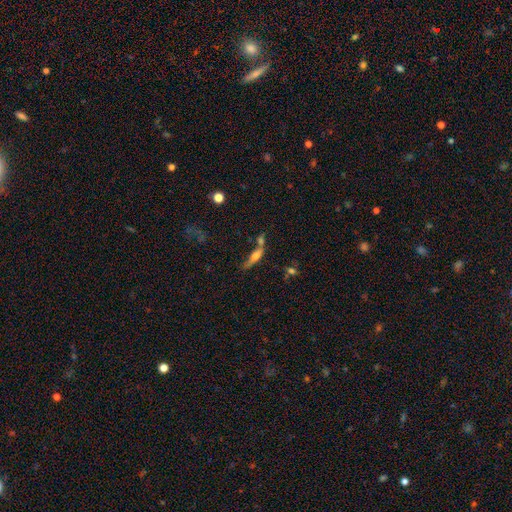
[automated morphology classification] A smooth galaxy with no disk features (52%) that is cigar-shaped (64%). Merging: none (39%).